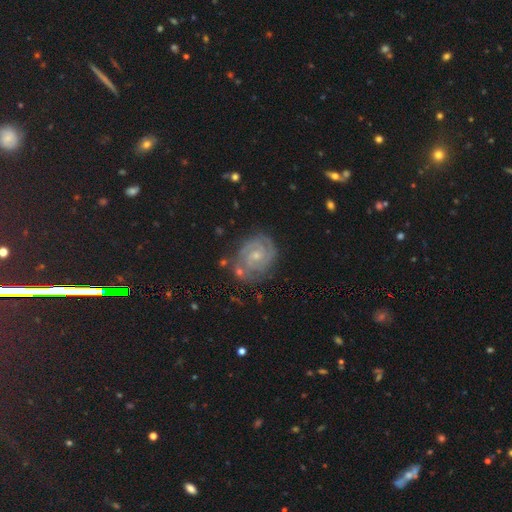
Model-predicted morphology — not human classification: featured or disk 86%, smooth 7%, star or artifact 7%. Down the decision tree: edge-on disk — no (98%); bar — no (56%); spiral arms — yes (97%); spiral arm count — 2 (65%); spiral winding — tight (69%); bulge size — small (64%); merging — none (75%).